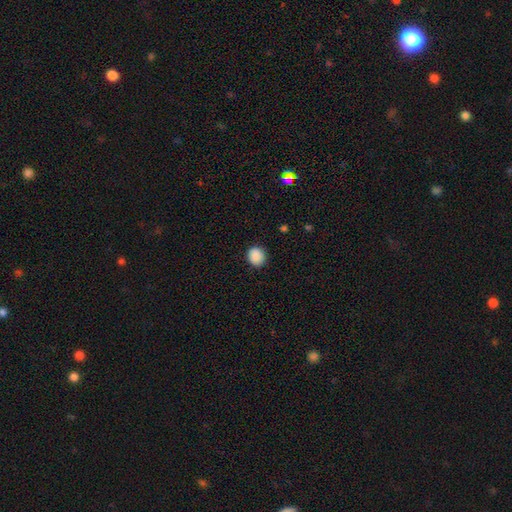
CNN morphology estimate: smooth-or-featured: smooth: 89% | star or artifact: 8% | featured or disk: 2%
  how-rounded: round: 74% | in between: 25% | cigar-shaped: 1%
  merging: none: 88% | minor disturbance: 9% | major disturbance: 2% | merger: 1%